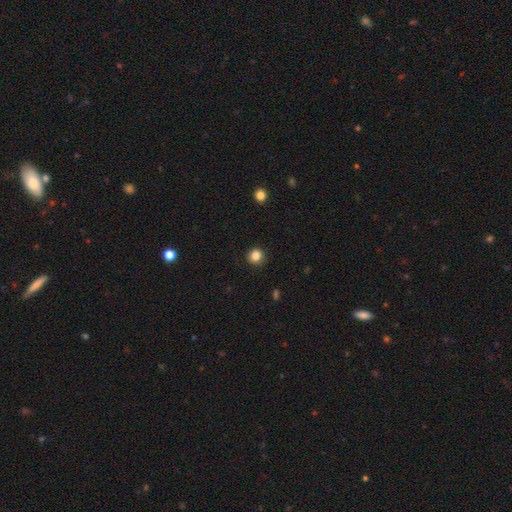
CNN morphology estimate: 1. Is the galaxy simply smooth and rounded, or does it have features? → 84% smooth, 11% star or artifact, 4% featured or disk.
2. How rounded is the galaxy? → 90% round, 9% in between, 1% cigar-shaped.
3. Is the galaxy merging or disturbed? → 89% none, 7% minor disturbance, 2% major disturbance, 1% merger.